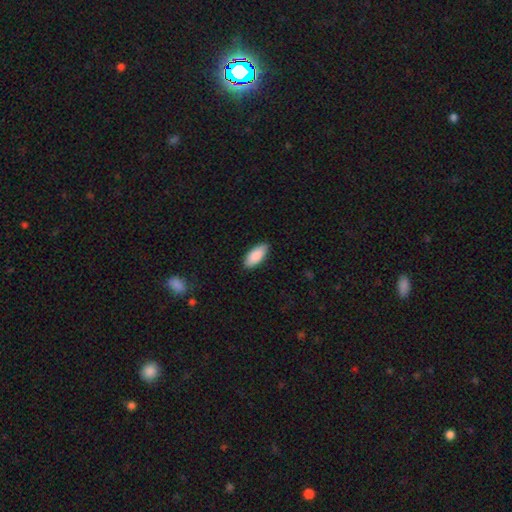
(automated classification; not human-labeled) Smooth or featured?
  - smooth: 89% *
  - star or artifact: 6%
  - featured or disk: 5%
How rounded?
  - in between: 86% *
  - cigar-shaped: 12%
  - round: 2%
Merging?
  - none: 87% *
  - minor disturbance: 10%
  - major disturbance: 2%
  - merger: 1%